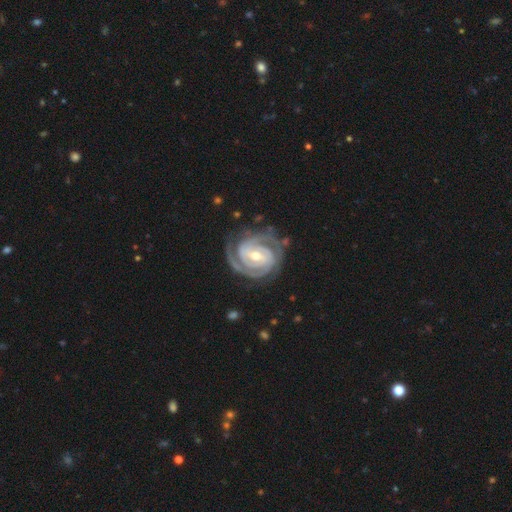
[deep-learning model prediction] The model was most divided on "bar": weak: 46%, strong: 36%, no: 18%. More confident: spiral arms — yes (99%); edge-on disk — no (98%); smooth or featured — featured or disk (93%); spiral winding — tight (81%); merging — none (79%); spiral arm count — 2 (60%); bulge size — moderate (58%).